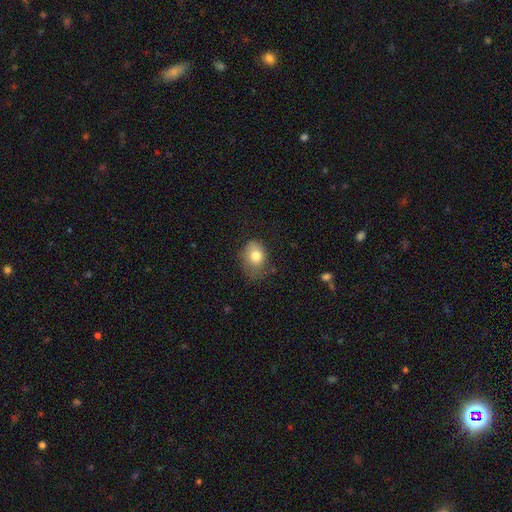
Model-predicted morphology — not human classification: This is likely a smooth galaxy (78%). How rounded: likely in between (60%). Merging: possibly none (51%).